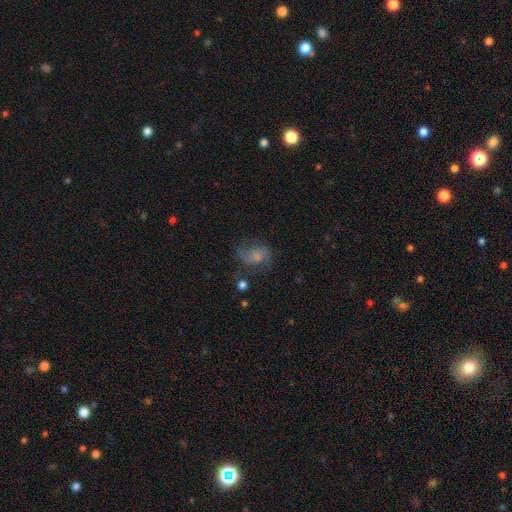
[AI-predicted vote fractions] A featured or disk galaxy (47%). Merging: none (52%).